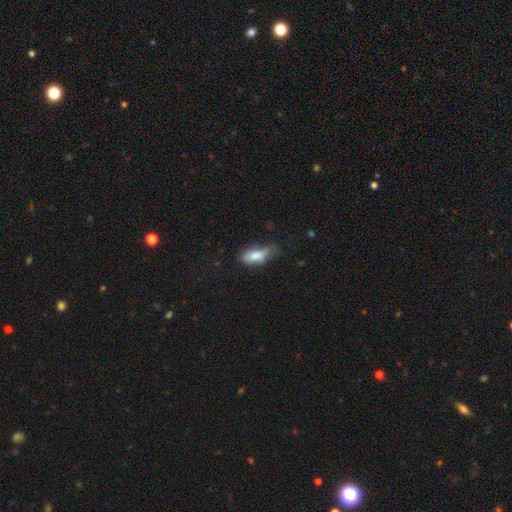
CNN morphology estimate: smooth 76%, featured or disk 15%, star or artifact 8%. Down the decision tree: how rounded — in between (83%); merging — minor disturbance (41%).